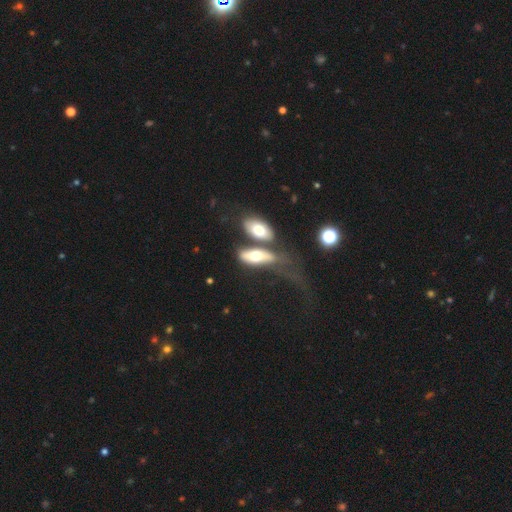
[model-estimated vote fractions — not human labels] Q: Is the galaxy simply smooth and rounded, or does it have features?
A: smooth — 61%.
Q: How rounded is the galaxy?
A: in between — 78%.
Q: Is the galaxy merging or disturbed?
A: merger — 46%.